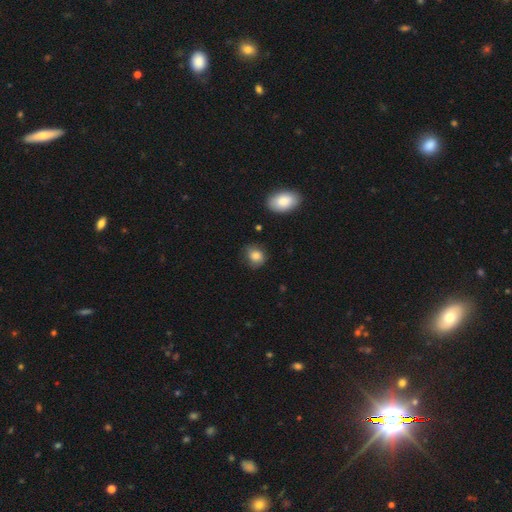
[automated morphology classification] The model was most divided on "how rounded": round: 64%, in between: 35%, cigar-shaped: 1%. More confident: smooth or featured — smooth (84%); merging — none (70%).